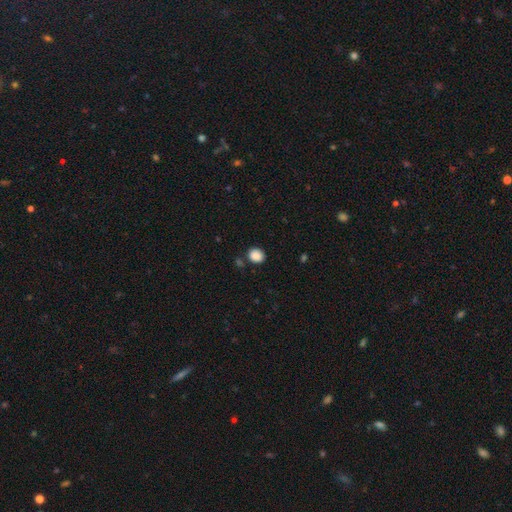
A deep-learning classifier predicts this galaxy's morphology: smooth 88%, star or artifact 9%, featured or disk 3%. Down the decision tree: how rounded — round (60%); merging — none (82%).